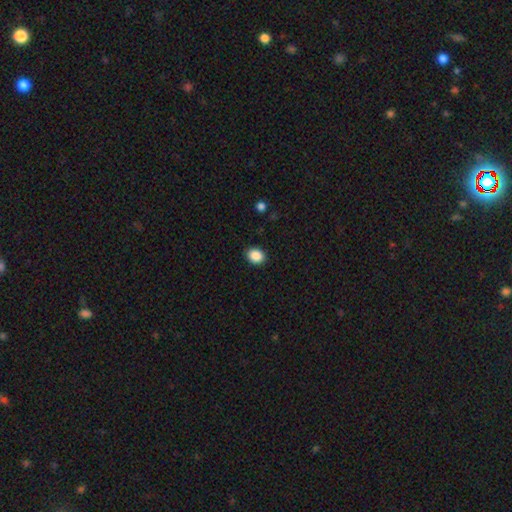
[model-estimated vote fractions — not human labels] This appears to be a smooth galaxy with no disk features (88%) that is round (50%). Merging: none (90%).